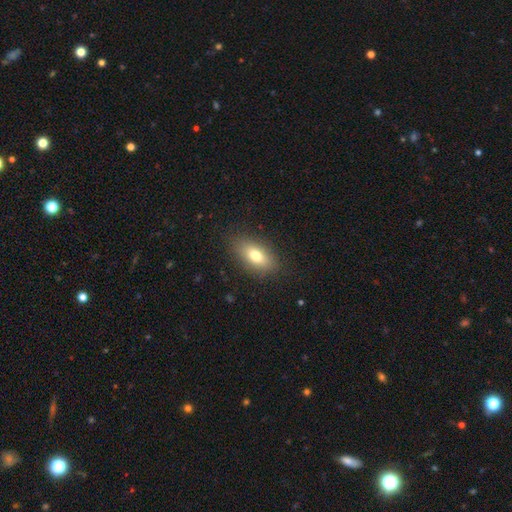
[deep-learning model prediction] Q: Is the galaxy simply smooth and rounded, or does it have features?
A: smooth — 74%.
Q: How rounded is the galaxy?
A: in between — 84%.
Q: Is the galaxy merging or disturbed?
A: none — 85%.